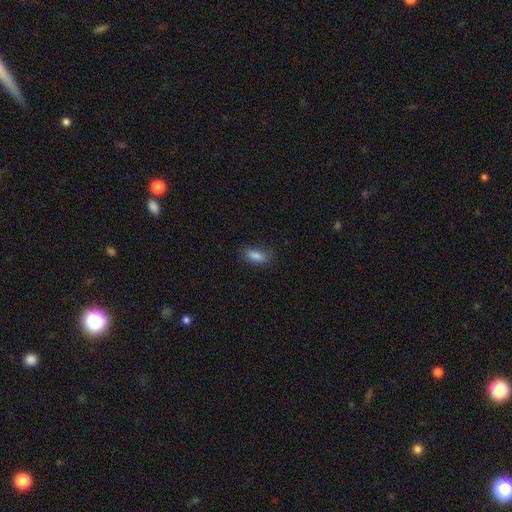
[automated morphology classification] The model was most divided on "merging": none: 75%, minor disturbance: 18%, major disturbance: 5%, merger: 1%. More confident: smooth or featured — smooth (86%); how rounded — in between (83%).